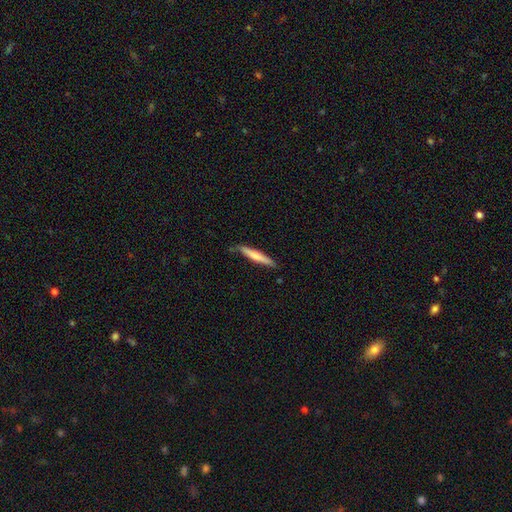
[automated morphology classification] Q: Smooth or featured?
A: smooth (63%); runner-up: featured or disk (32%)
Q: How rounded?
A: cigar-shaped (94%); runner-up: in between (5%)
Q: Merging?
A: none (75%); runner-up: minor disturbance (20%)